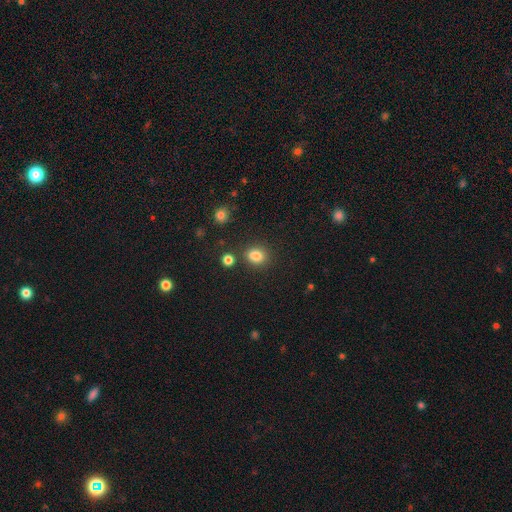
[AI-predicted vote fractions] A smooth galaxy with no disk features (83%) that is round (54%).

Vote fractions:
- Smooth or featured? smooth: 83% / star or artifact: 12% / featured or disk: 5%
- How rounded? round: 54% / in between: 45% / cigar-shaped: 1%
- Merging? none: 78% / minor disturbance: 11% / merger: 8% / major disturbance: 3%